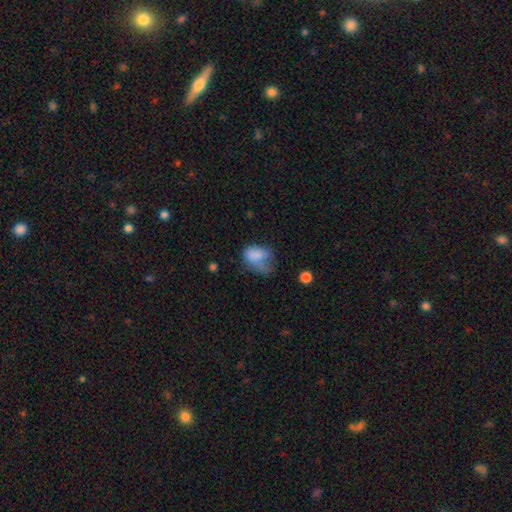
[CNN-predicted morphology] type=smooth (73%); roundness=in between (78%); merging=major disturbance (43%).